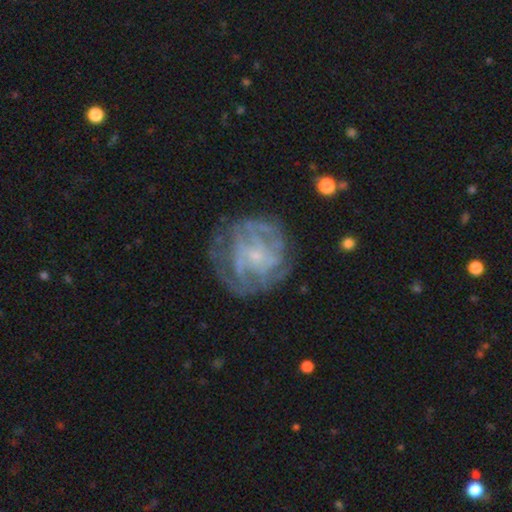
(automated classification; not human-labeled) smooth_or_featured: featured or disk (p=0.73) [alt: smooth p=0.18]
disk_edge_on: no (p=0.98) [alt: yes p=0.02]
bar: no (p=0.73) [alt: weak p=0.22]
has_spiral_arms: yes (p=0.71) [alt: no p=0.29]
spiral_winding: tight (p=0.55) [alt: medium p=0.32]
spiral_arm_count: can't tell (p=0.53) [alt: 4 p=0.13]
bulge_size: small (p=0.72) [alt: none p=0.13]
merging: none (p=0.64) [alt: minor disturbance p=0.19]